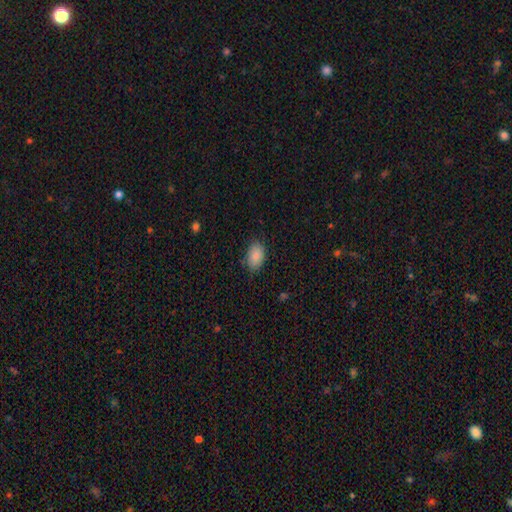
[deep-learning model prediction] A smooth galaxy with no disk features (87%) that is in between round and cigar-shaped (88%). Merging: none (82%).